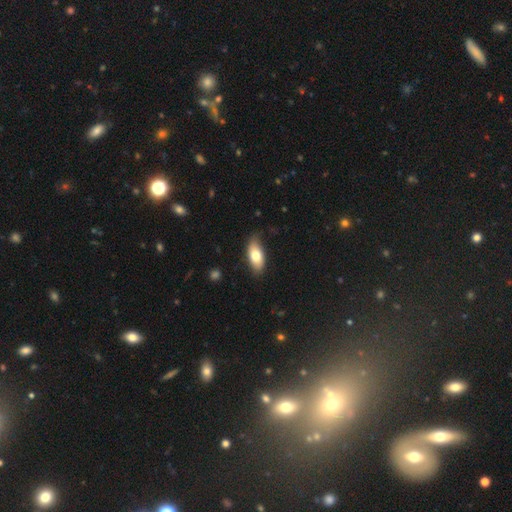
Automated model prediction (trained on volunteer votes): Overall: smooth (75%). How rounded: in between (88%). Merging: none (76%).